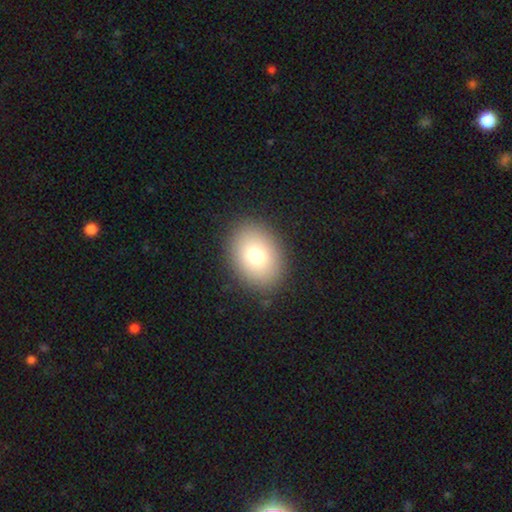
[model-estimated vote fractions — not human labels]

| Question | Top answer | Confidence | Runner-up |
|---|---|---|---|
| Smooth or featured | smooth | 75% | featured or disk (13%) |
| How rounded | in between | 62% | round (37%) |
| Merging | none | 88% | minor disturbance (8%) |